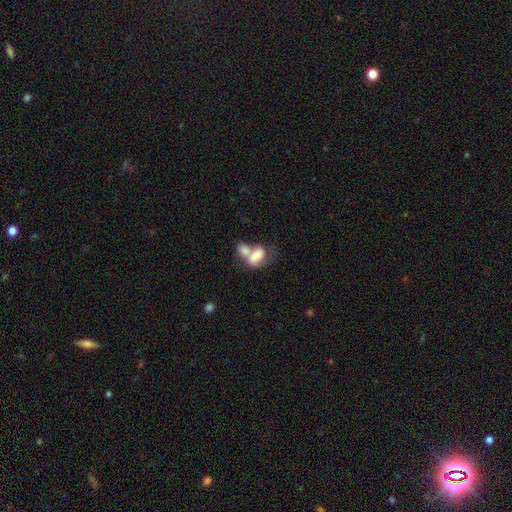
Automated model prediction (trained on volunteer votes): smooth-or-featured: smooth: 70% | featured or disk: 22% | star or artifact: 8%
  how-rounded: in between: 86% | round: 11% | cigar-shaped: 3%
  merging: merger: 71% | none: 13% | major disturbance: 8% | minor disturbance: 7%